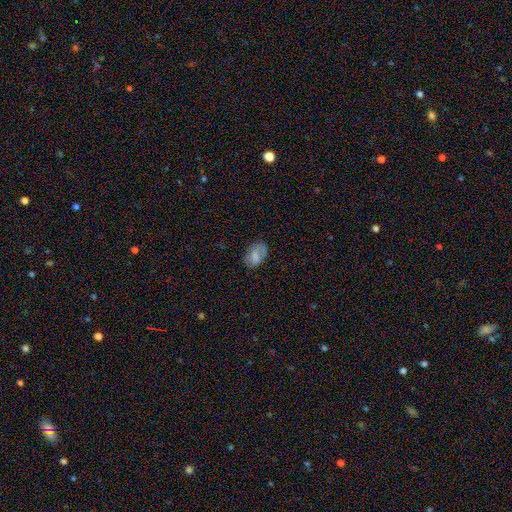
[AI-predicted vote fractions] Overall: smooth (70%). How rounded: in between (88%). Merging: none (63%; minor disturbance 25%).